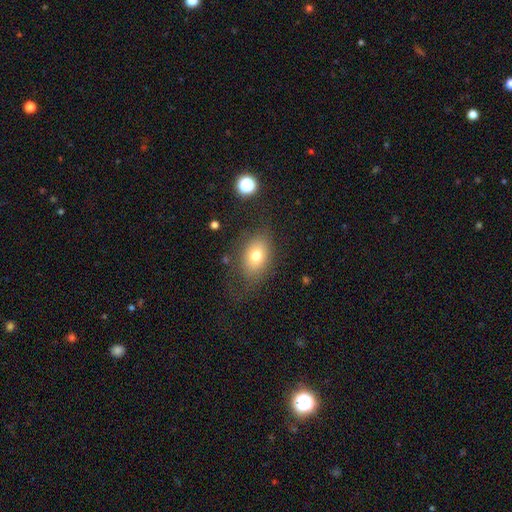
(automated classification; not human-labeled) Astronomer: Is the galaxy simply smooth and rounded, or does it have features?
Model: smooth — 72%.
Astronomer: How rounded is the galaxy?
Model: in between — 70%.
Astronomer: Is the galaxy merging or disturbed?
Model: none — 70%.